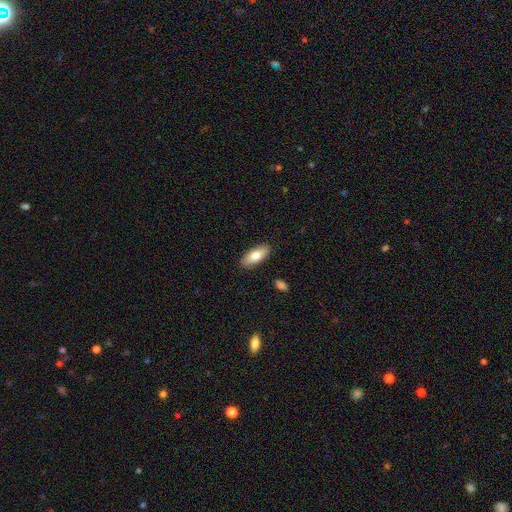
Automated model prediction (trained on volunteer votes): Smooth or featured: smooth — 74% (featured or disk — 20%)
How rounded: in between — 78% (cigar-shaped — 20%)
Merging: none — 87% (minor disturbance — 9%)